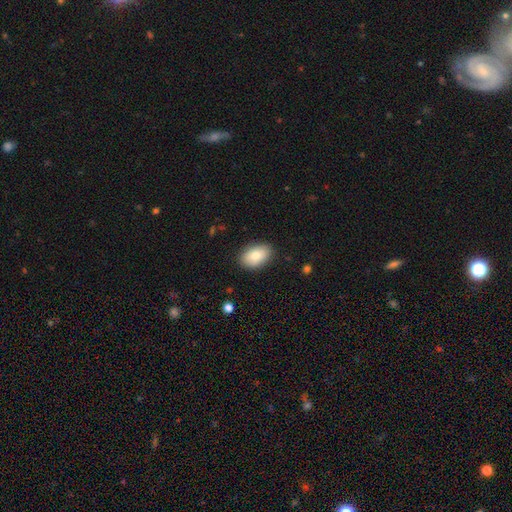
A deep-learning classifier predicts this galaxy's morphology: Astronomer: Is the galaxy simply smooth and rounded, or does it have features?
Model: smooth — 83%.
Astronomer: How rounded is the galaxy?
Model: in between — 91%.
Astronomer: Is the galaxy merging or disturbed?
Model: none — 87%.